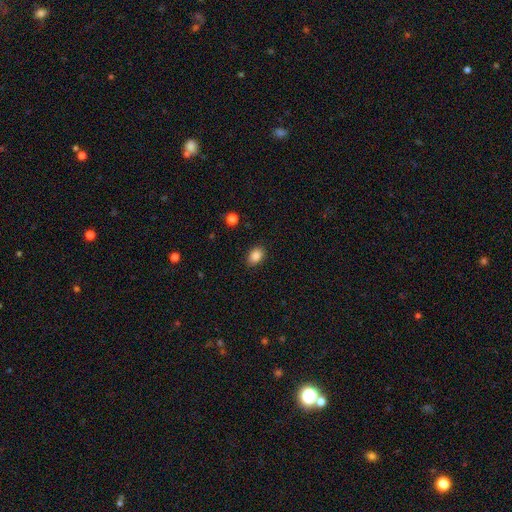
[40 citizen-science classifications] Morphology: type=smooth (92%); roundness=in between (84%); merging=none (84%).